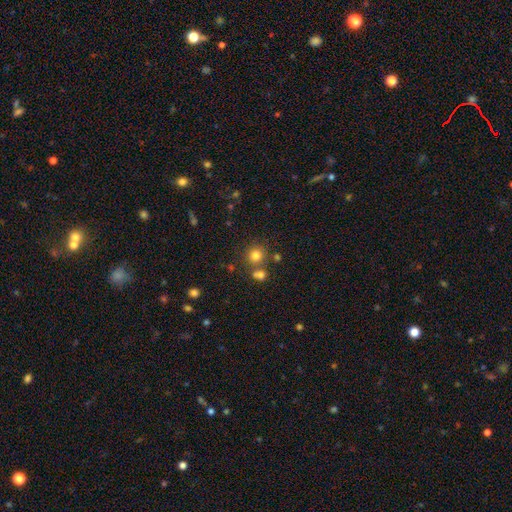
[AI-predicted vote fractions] Smooth or featured: smooth — 78% (star or artifact — 14%)
How rounded: round — 89% (in between — 10%)
Merging: none — 70% (merger — 19%)